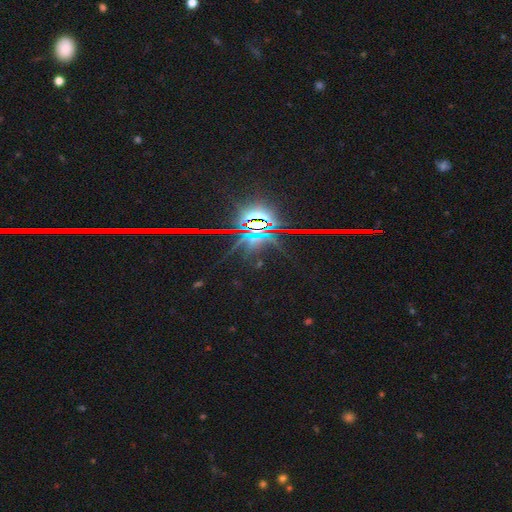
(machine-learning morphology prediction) Overall: star or artifact (85%).